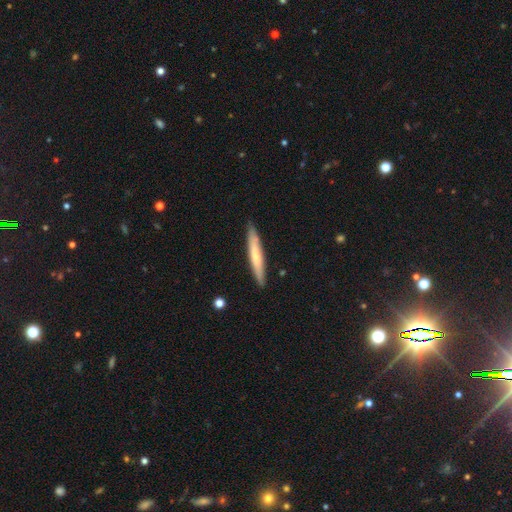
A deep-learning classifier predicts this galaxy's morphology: Overall: smooth (59%; featured or disk 36%). How rounded: cigar-shaped (94%). Merging: none (89%).